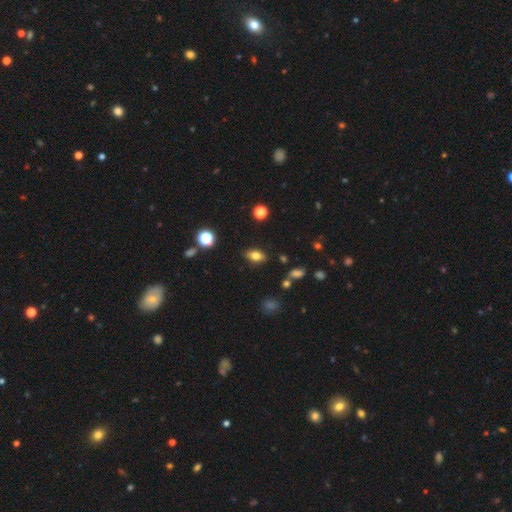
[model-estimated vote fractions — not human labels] The model was most divided on "smooth or featured": smooth: 76%, featured or disk: 13%, star or artifact: 11%. More confident: merging — none (85%); how rounded — in between (84%).